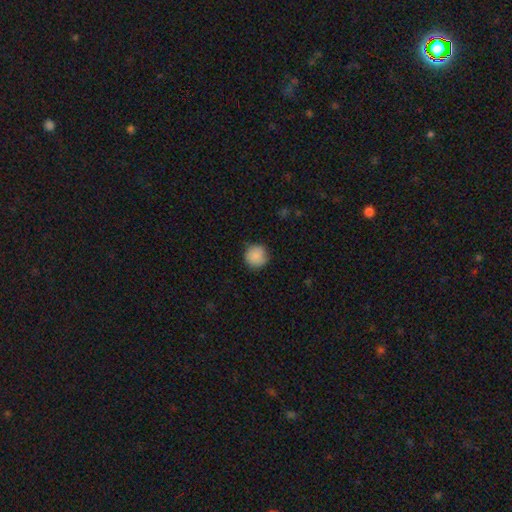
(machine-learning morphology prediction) Overall: smooth (88%). How rounded: round (94%). Merging: none (84%).